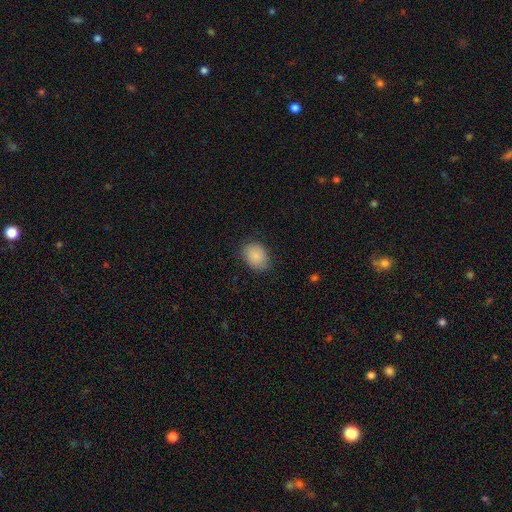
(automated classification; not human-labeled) A smooth galaxy with no disk features (87%) that is in between round and cigar-shaped (56%). Merging: none (81%).